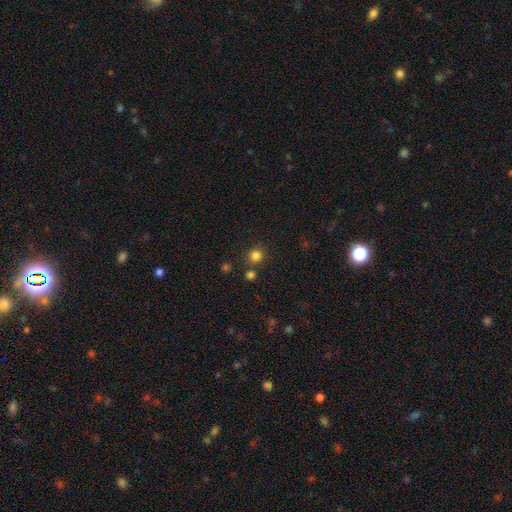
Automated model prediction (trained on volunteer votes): Smooth or featured: smooth — 81% (star or artifact — 15%)
How rounded: round — 91% (in between — 8%)
Merging: none — 80% (merger — 9%)